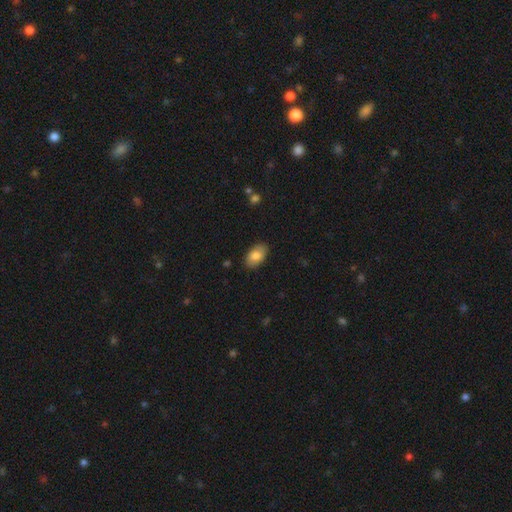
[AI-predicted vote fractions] smooth-or-featured: smooth: 82% | featured or disk: 12% | star or artifact: 7%
  how-rounded: in between: 93% | round: 5% | cigar-shaped: 1%
  merging: none: 87% | minor disturbance: 10% | major disturbance: 2% | merger: 1%